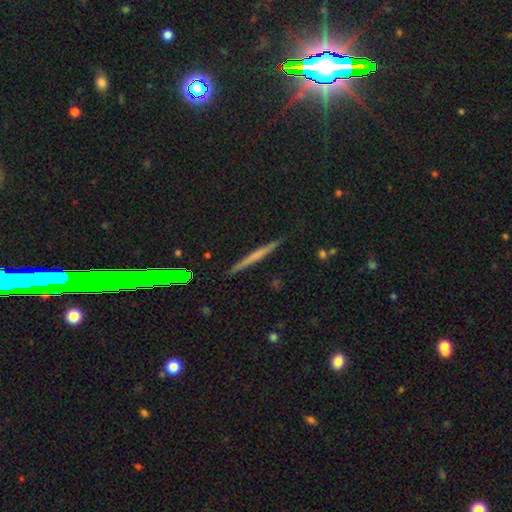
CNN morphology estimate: featured or disk 46%, smooth 43%, star or artifact 10%. Down the decision tree: merging — none (90%).